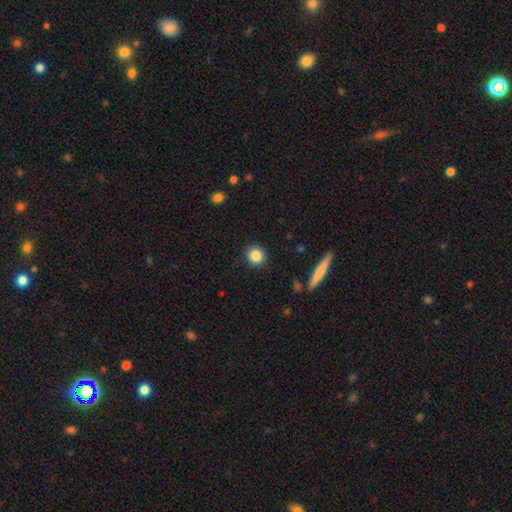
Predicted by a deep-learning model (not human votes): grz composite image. It shows a smooth galaxy with no disk features (85%) that is round (87%). Merging: none (90%).